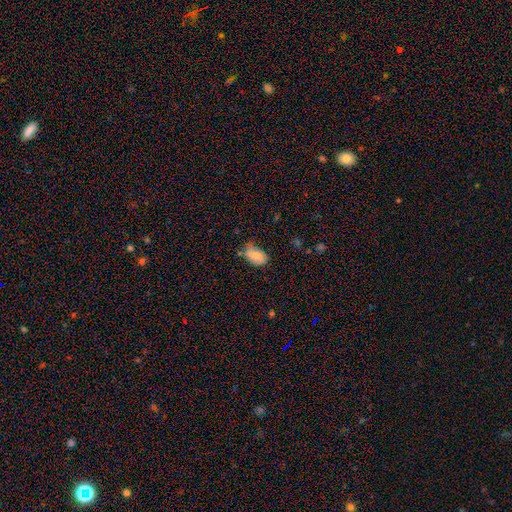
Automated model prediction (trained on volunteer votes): Smooth or featured?
  - smooth: 66% *
  - featured or disk: 26%
  - star or artifact: 8%
How rounded?
  - in between: 88% *
  - round: 11%
  - cigar-shaped: 2%
Merging?
  - none: 55% *
  - minor disturbance: 34%
  - major disturbance: 8%
  - merger: 3%